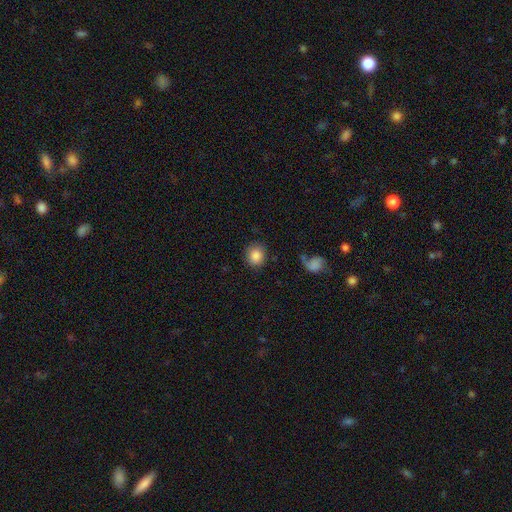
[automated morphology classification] A smooth galaxy with no disk features (85%) that is round (80%).

Vote fractions:
- Smooth or featured? smooth: 85% / star or artifact: 8% / featured or disk: 7%
- How rounded? round: 80% / in between: 19% / cigar-shaped: 1%
- Merging? none: 83% / minor disturbance: 10% / major disturbance: 4% / merger: 3%